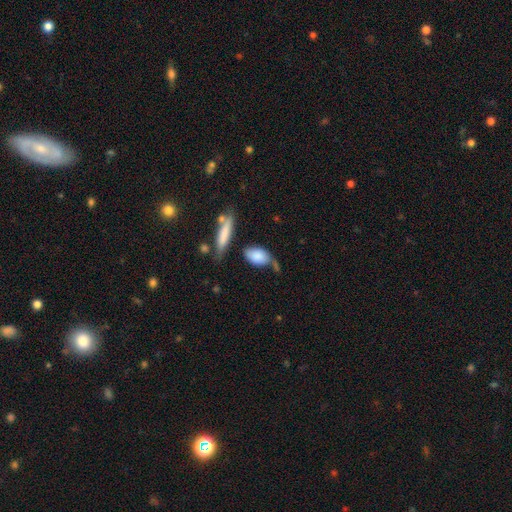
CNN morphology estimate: Smooth or featured? Predicted: smooth (p=0.81). How rounded? Predicted: in between (p=0.88). Merging? Predicted: none (p=0.46).